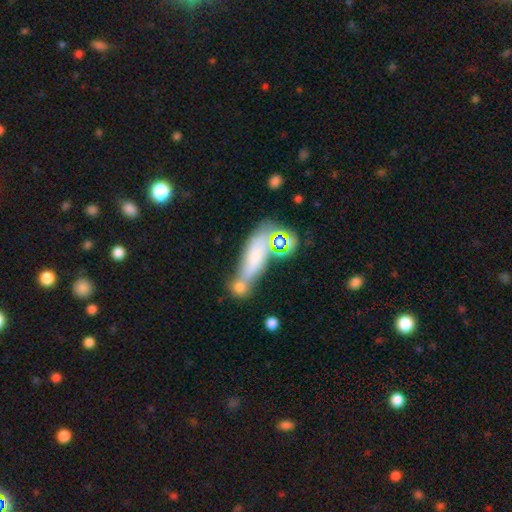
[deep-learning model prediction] This is likely a smooth galaxy (61%). How rounded: possibly cigar-shaped (46%). Merging: marginally none (41%).